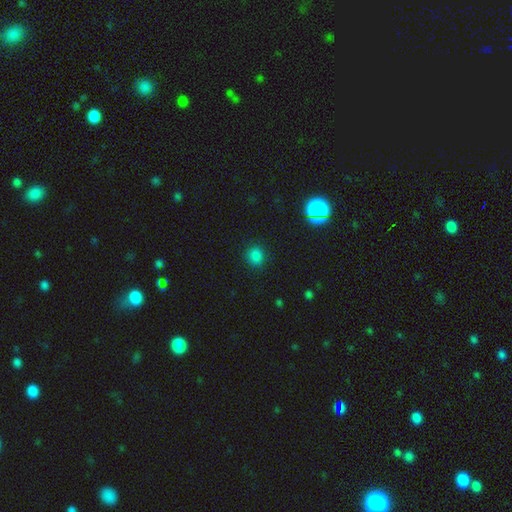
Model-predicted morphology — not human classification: A smooth galaxy with no disk features (80%) that is round (78%).

Vote fractions:
- Smooth or featured? smooth: 80% / star or artifact: 17% / featured or disk: 3%
- How rounded? round: 78% / in between: 21% / cigar-shaped: 1%
- Merging? none: 88% / minor disturbance: 8% / major disturbance: 3% / merger: 1%